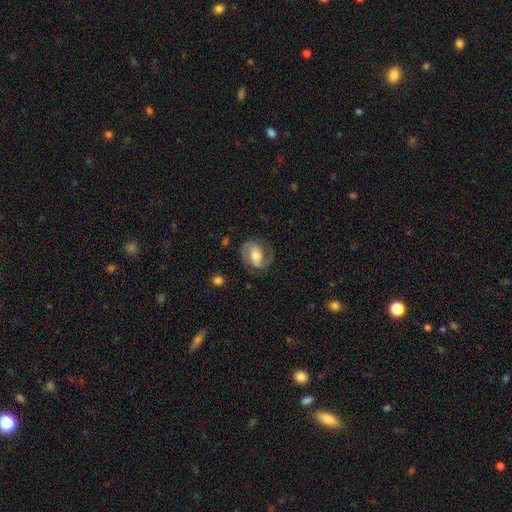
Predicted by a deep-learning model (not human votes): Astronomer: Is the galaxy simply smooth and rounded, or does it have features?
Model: featured or disk — 72%.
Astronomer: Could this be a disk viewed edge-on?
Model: no — 97%.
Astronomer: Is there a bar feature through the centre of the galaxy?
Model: weak — 38% (runner-up: no, 37%).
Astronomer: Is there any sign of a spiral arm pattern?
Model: yes — 91%.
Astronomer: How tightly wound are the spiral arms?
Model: medium — 49% (runner-up: tight, 28%).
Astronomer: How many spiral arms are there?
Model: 2 — 85%.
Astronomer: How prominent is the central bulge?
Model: moderate — 63%.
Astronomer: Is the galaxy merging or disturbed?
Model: none — 73%.